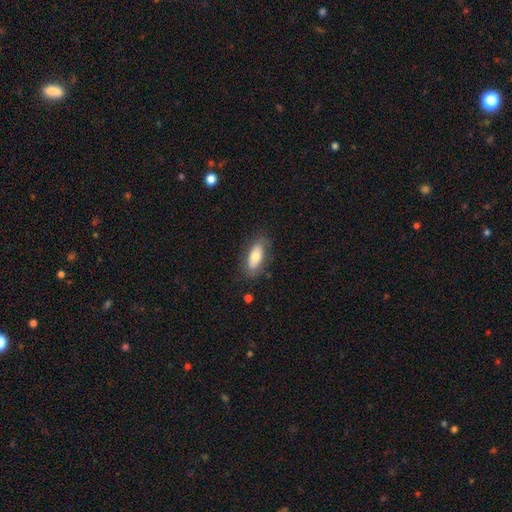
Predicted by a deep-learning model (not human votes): Overall: smooth (73%). How rounded: in between (81%). Merging: none (81%).